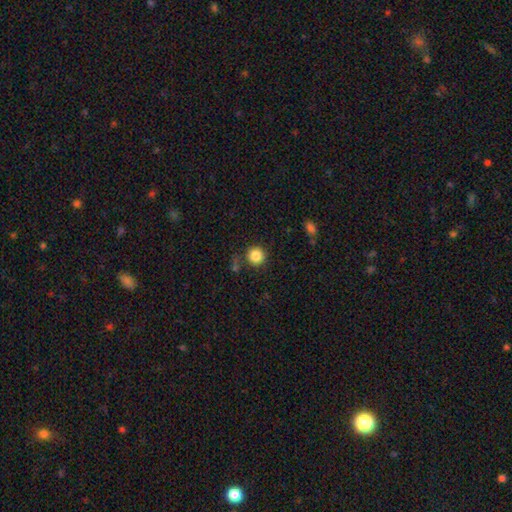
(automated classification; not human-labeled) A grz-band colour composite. It shows a smooth galaxy with no disk features (85%) that is round (94%). Merging: none (83%).